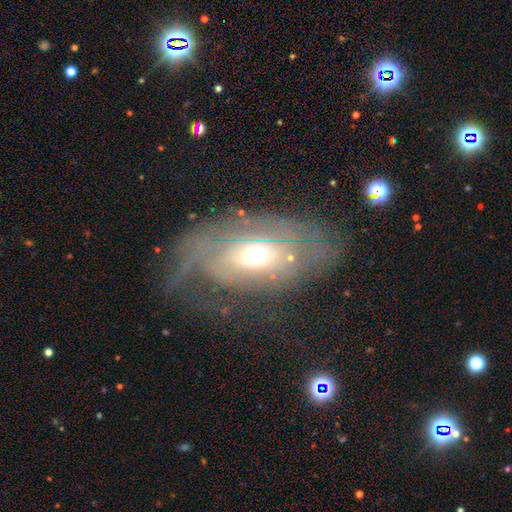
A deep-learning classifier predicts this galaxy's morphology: smooth_or_featured: featured or disk (p=0.64) [alt: smooth p=0.27]
disk_edge_on: no (p=0.91) [alt: yes p=0.09]
bar: no (p=0.80) [alt: weak p=0.16]
has_spiral_arms: yes (p=0.58) [alt: no p=0.42]
bulge_size: moderate (p=0.66) [alt: small p=0.18]
merging: none (p=0.41) [alt: major disturbance p=0.33]